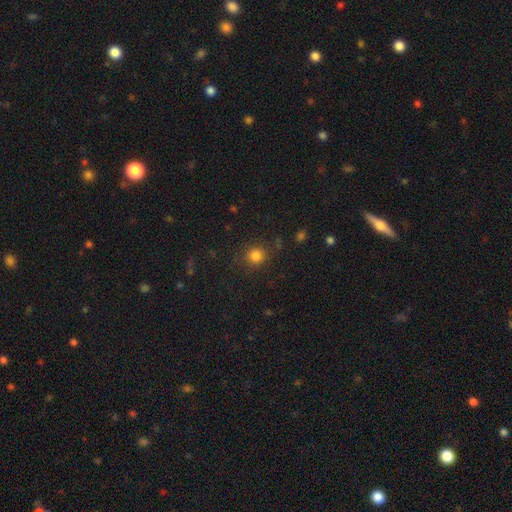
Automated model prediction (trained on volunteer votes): Smooth or featured? smooth (82%)
How rounded? round (89%)
Merging? none (83%)